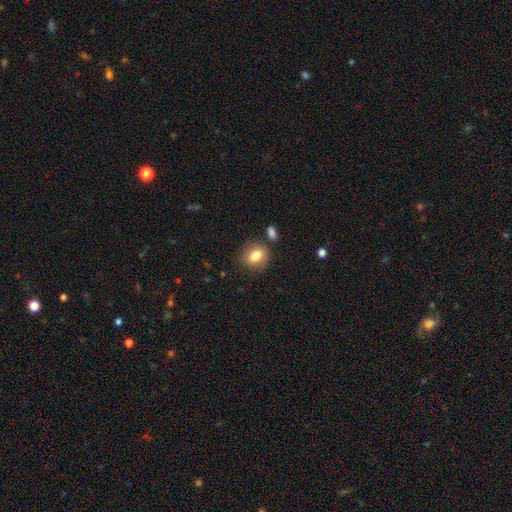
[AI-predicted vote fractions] smooth 82%, featured or disk 9%, star or artifact 9%. Down the decision tree: how rounded — round (63%); merging — none (77%).